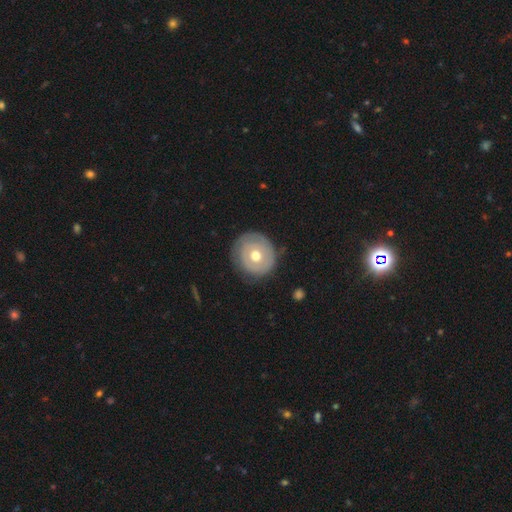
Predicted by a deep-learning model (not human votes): A featured or disk galaxy (52%) with no bar (88%), no spiral arms (59%) and a moderate central bulge (79%). Merging: none (77%).